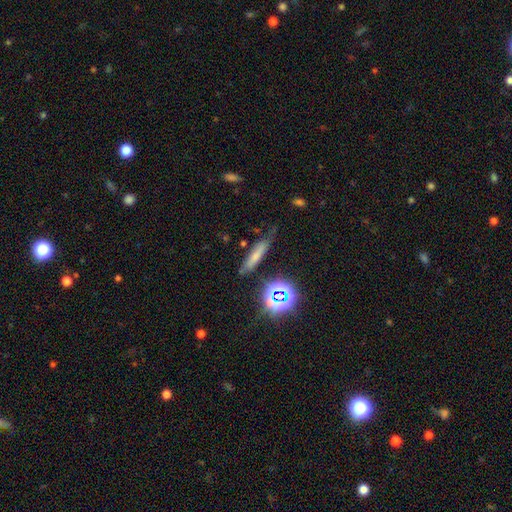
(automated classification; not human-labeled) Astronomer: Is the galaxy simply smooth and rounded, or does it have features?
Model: smooth — 60%.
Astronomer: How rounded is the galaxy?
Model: cigar-shaped — 80%.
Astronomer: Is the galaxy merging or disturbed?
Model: none — 67%.